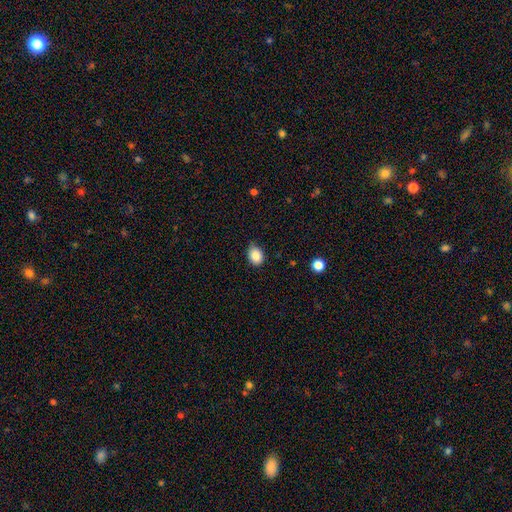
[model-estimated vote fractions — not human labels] Smooth or featured? Predicted: smooth (p=0.87). How rounded? Predicted: in between (p=0.59). Merging? Predicted: none (p=0.75).